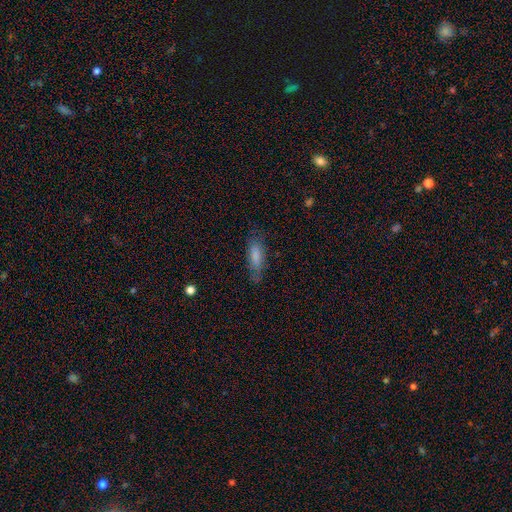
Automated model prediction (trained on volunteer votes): smooth 78%, featured or disk 15%, star or artifact 7%. Down the decision tree: how rounded — in between (60%); merging — none (71%).